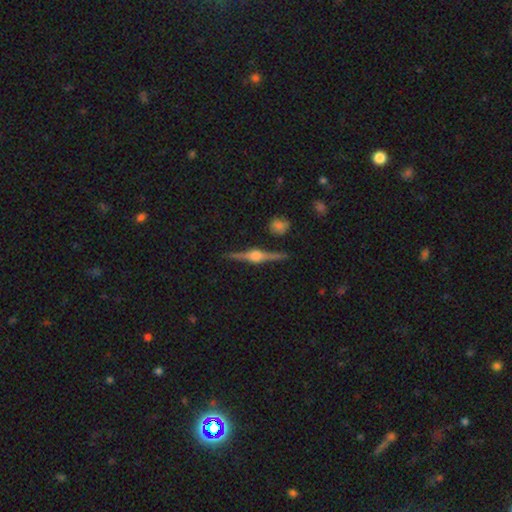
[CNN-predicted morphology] A featured or disk galaxy (86%) viewed edge-on (98%) with a rounded central bulge (90%). Merging: none (89%).